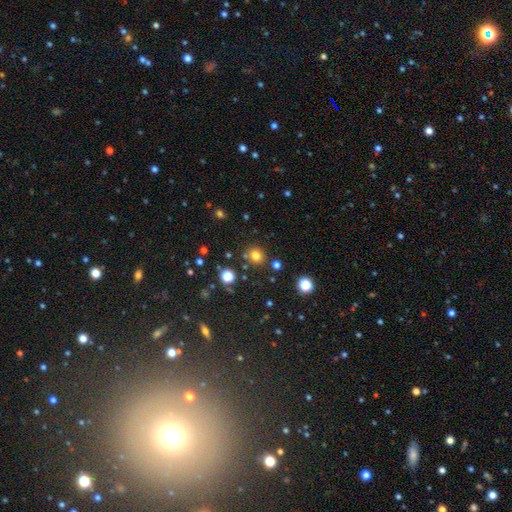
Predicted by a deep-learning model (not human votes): Smooth or featured: smooth — 78% (star or artifact — 16%)
How rounded: round — 85% (in between — 14%)
Merging: none — 83% (minor disturbance — 8%)